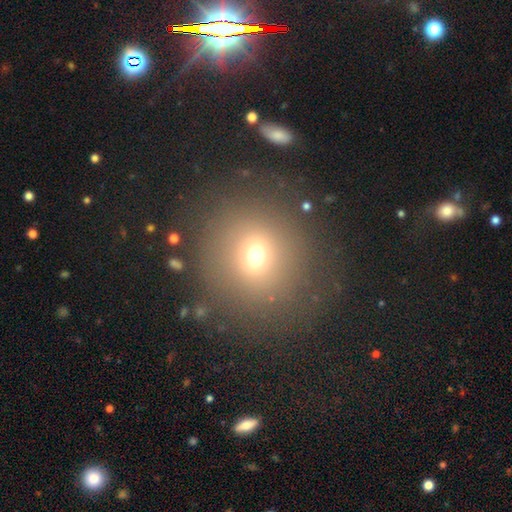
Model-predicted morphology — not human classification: A smooth galaxy with no disk features (67%) that is round (89%).

Vote fractions:
- Smooth or featured? smooth: 67% / star or artifact: 21% / featured or disk: 12%
- How rounded? round: 89% / in between: 10% / cigar-shaped: 1%
- Merging? none: 81% / minor disturbance: 10% / major disturbance: 6% / merger: 3%